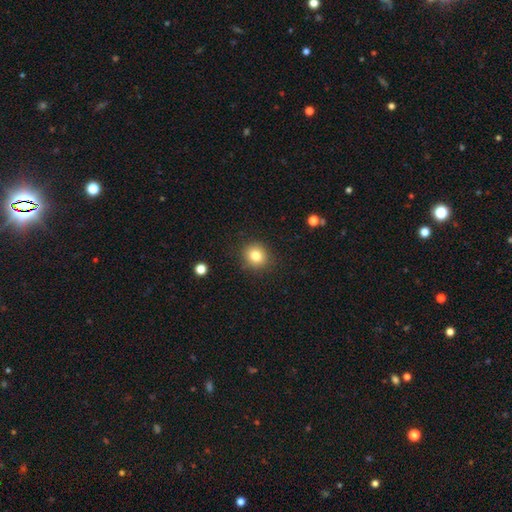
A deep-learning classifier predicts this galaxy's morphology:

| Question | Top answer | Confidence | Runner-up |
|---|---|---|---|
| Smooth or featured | smooth | 81% | star or artifact (11%) |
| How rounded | round | 83% | in between (16%) |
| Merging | none | 88% | minor disturbance (8%) |